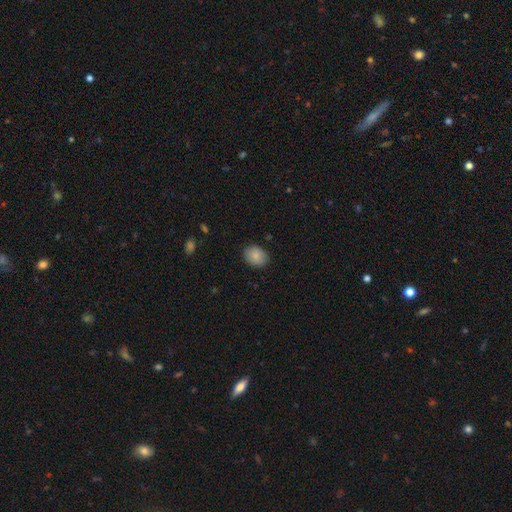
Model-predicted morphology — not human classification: Smooth or featured? smooth (85%)
How rounded? in between (56%)
Merging? none (86%)